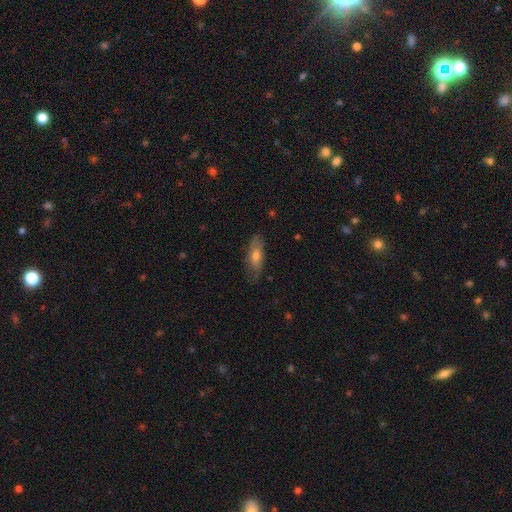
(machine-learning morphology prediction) This is likely a smooth galaxy (62%). How rounded: likely in between (67%). Merging: likely none (75%).